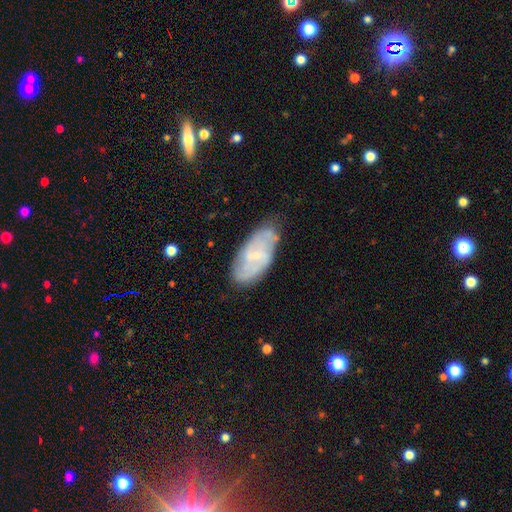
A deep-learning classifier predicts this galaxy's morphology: This is likely a featured or disk galaxy (65%). It is clearly not viewed edge-on (93%). Bar: possibly weak (53%). Spiral arm pattern: clearly yes (83%). Spiral arm count: possibly 2 (49%). Spiral winding: marginally medium (42%). Central bulge: likely small (72%). Merging: likely none (72%).